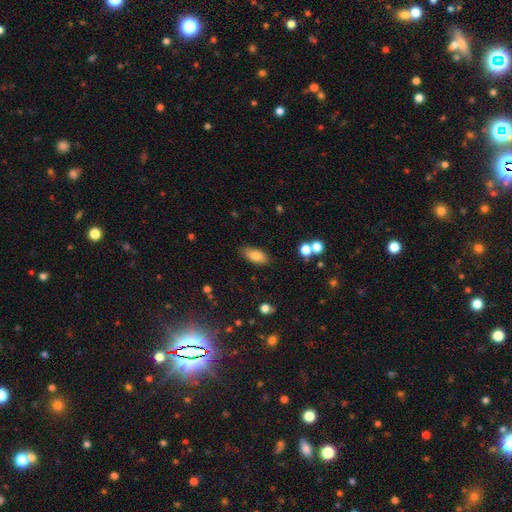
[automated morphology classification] Smooth or featured: smooth — 82% (featured or disk — 10%)
How rounded: in between — 87% (cigar-shaped — 10%)
Merging: none — 84% (minor disturbance — 11%)